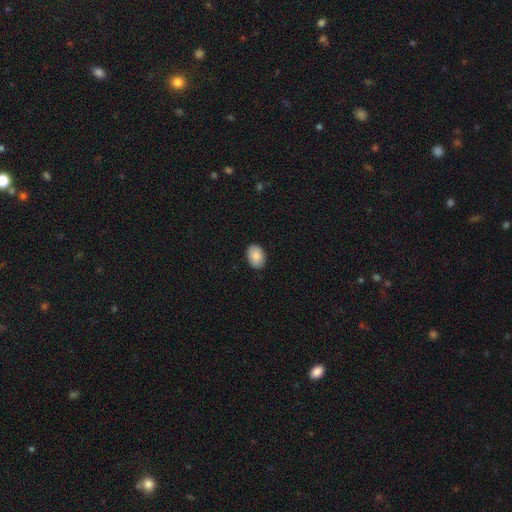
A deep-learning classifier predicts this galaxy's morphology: This is clearly a smooth galaxy (88%). How rounded: clearly in between (81%). Merging: clearly none (88%).